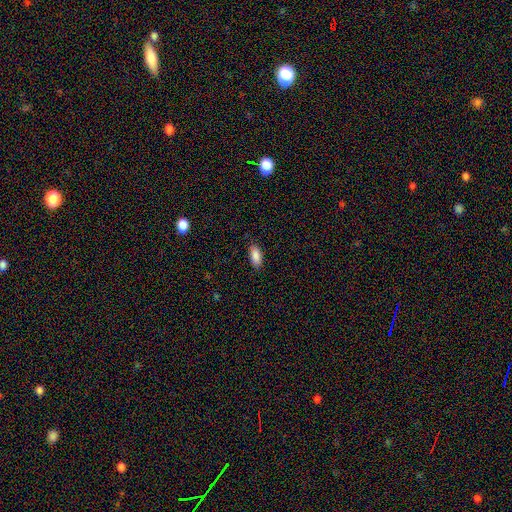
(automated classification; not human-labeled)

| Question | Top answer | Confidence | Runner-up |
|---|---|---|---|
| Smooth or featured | smooth | 89% | star or artifact (7%) |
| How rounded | in between | 86% | cigar-shaped (12%) |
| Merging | none | 86% | minor disturbance (10%) |